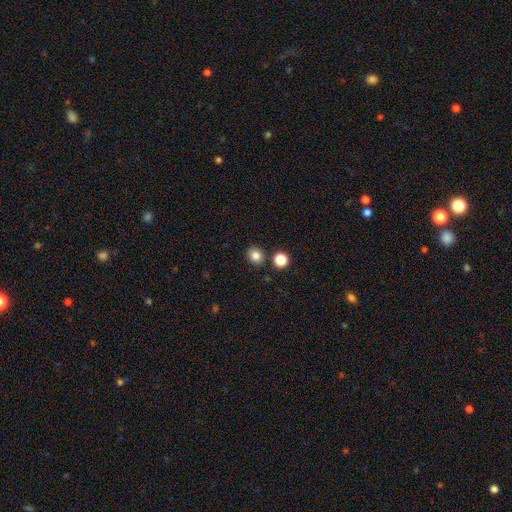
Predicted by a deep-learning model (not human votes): Smooth or featured? Predicted: smooth (p=0.83). How rounded? Predicted: round (p=0.75). Merging? Predicted: none (p=0.85).